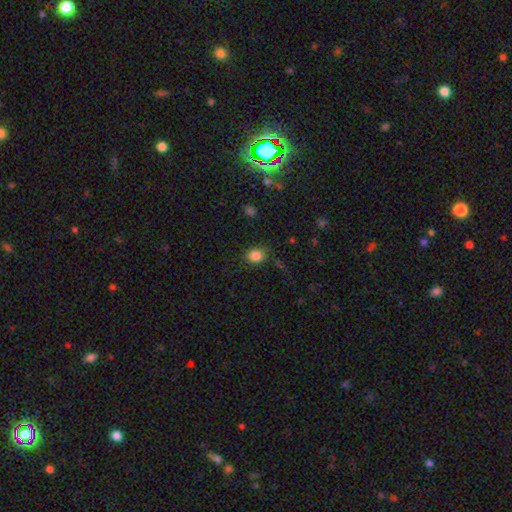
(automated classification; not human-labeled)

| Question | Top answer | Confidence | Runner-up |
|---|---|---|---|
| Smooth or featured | smooth | 85% | star or artifact (11%) |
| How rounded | round | 51% | in between (48%) |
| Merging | none | 80% | minor disturbance (14%) |